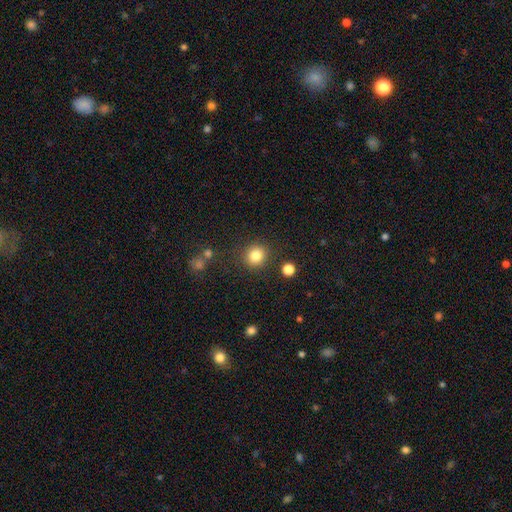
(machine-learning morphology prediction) This appears to be a smooth galaxy with no disk features (83%) that is round (88%). Merging: none (86%).